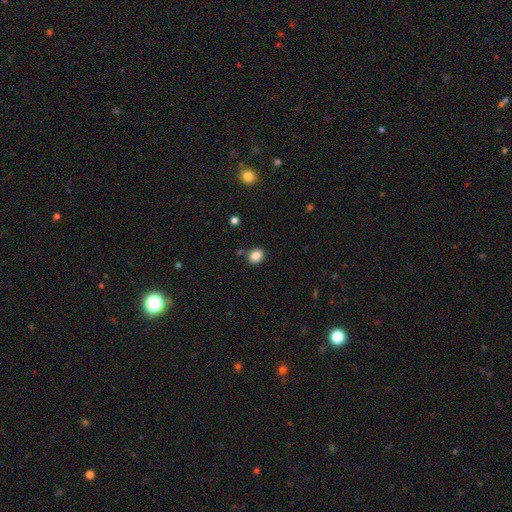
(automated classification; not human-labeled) Q: Smooth or featured?
A: smooth (86%); runner-up: star or artifact (10%)
Q: How rounded?
A: round (57%); runner-up: in between (42%)
Q: Merging?
A: none (79%); runner-up: minor disturbance (12%)